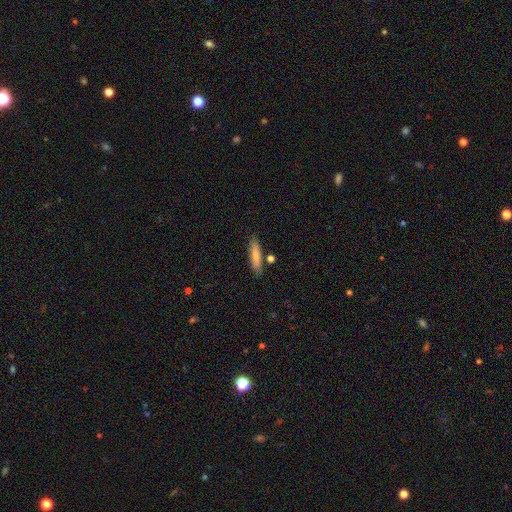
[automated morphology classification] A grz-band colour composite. It shows a smooth galaxy with no disk features (79%) that is cigar-shaped (80%). Merging: none (83%).